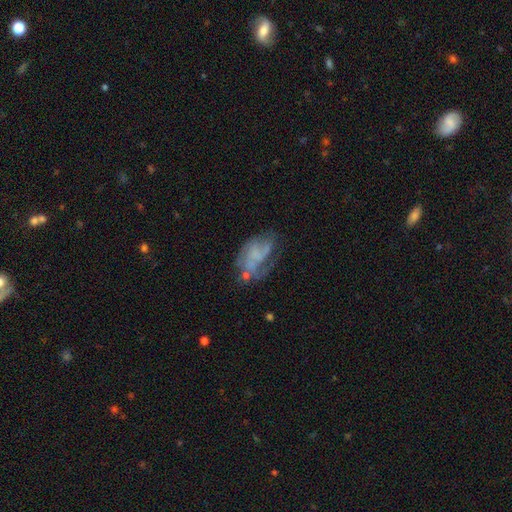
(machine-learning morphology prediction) This appears to be a featured or disk galaxy (61%) with no bar (74%), spiral arms (61%) and no central bulge (73%). Merging: none (39%).